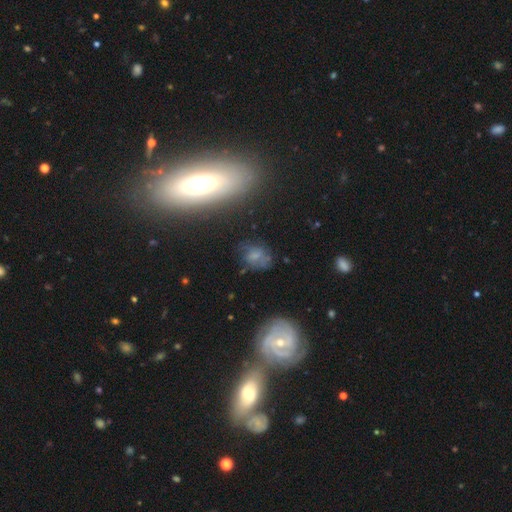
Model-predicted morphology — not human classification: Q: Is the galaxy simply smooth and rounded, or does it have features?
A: smooth — 46%.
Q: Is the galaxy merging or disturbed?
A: none — 59%.